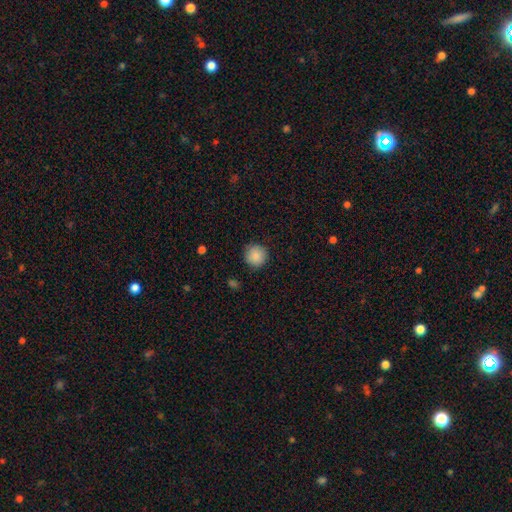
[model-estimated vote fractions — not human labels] This is clearly a smooth galaxy (86%). How rounded: clearly round (94%). Merging: clearly none (88%).